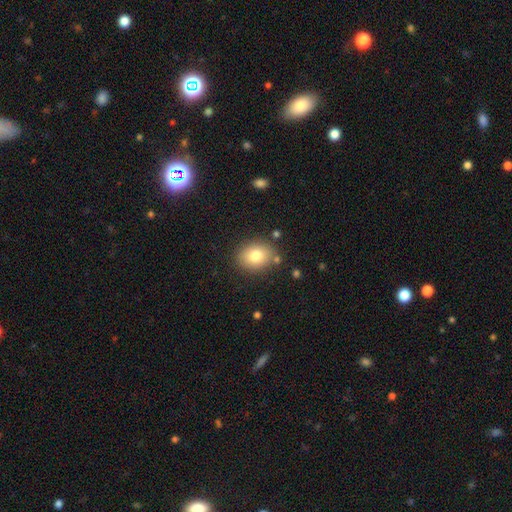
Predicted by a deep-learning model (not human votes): This is likely a smooth galaxy (78%). How rounded: possibly in between (54%). Merging: clearly none (83%).